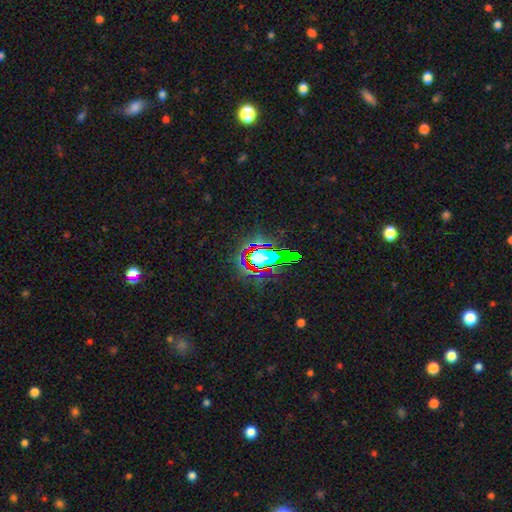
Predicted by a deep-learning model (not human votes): A star or artifact, not a galaxy (60%).